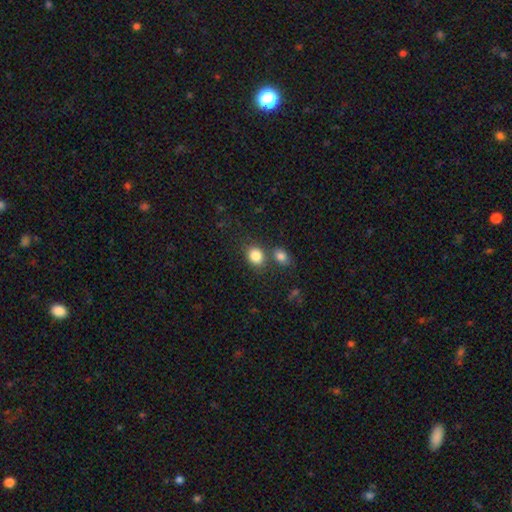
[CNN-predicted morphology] smooth 84%, star or artifact 10%, featured or disk 6%. Down the decision tree: how rounded — round (52%); merging — none (62%).